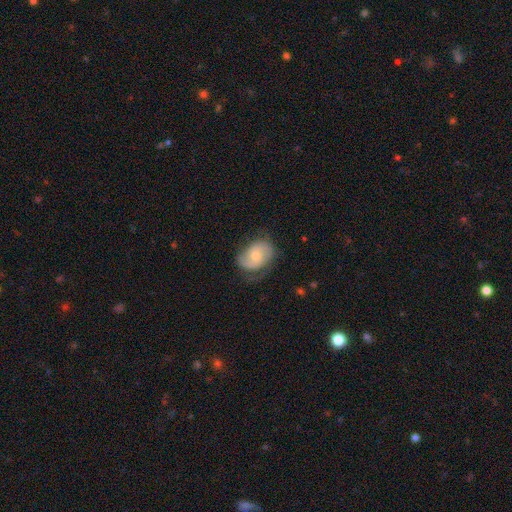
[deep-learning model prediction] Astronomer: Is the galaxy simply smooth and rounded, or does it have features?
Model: featured or disk — 59% (runner-up: smooth, 35%).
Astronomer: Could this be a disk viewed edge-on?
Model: no — 96%.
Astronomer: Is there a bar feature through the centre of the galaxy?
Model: no — 66%.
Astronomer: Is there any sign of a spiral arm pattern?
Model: yes — 84%.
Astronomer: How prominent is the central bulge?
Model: moderate — 56% (runner-up: small, 39%).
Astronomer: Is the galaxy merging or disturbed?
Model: none — 61%.